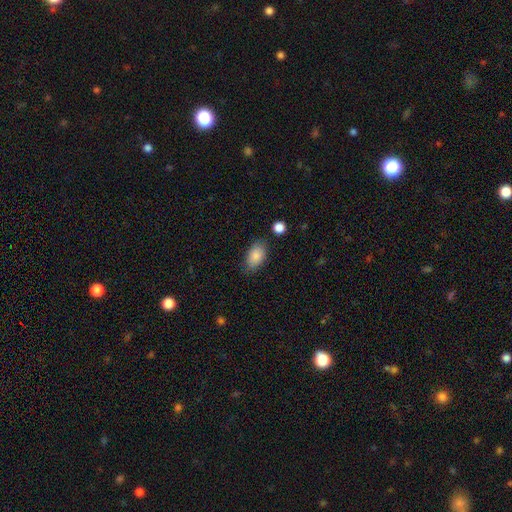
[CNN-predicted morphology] smooth_or_featured: smooth (p=0.87) [alt: star or artifact p=0.07]
how_rounded: in between (p=0.91) [alt: round p=0.07]
merging: none (p=0.77) [alt: minor disturbance p=0.16]